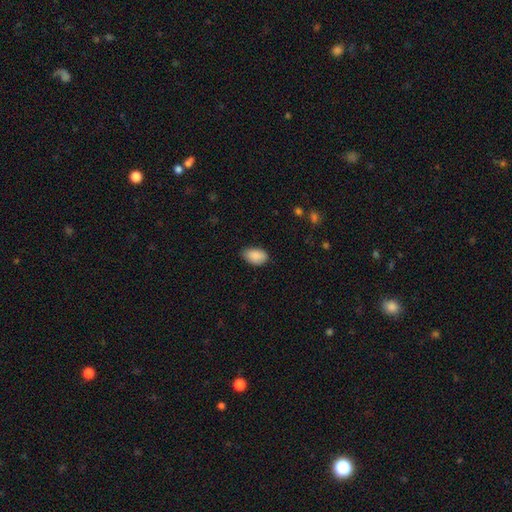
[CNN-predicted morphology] type=smooth (88%); roundness=in between (91%); merging=none (72%).